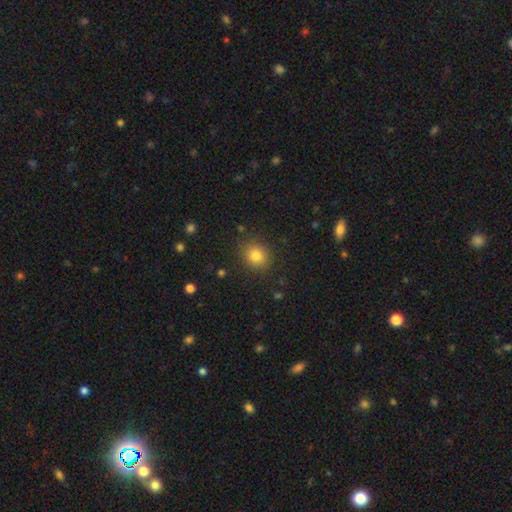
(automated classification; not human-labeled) Smooth or featured? Predicted: smooth (p=0.81). How rounded? Predicted: round (p=0.80). Merging? Predicted: none (p=0.87).